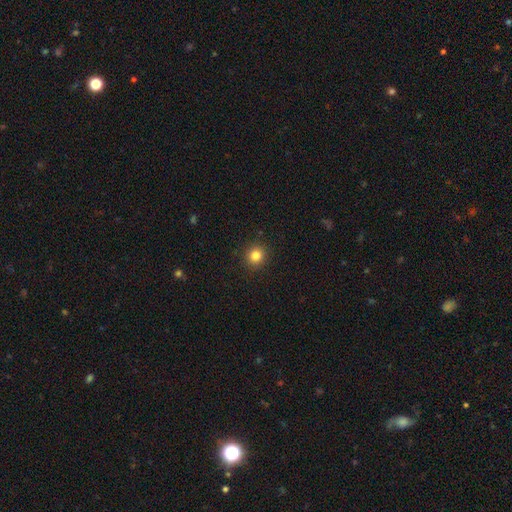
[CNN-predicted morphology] Q: Smooth or featured?
A: smooth (82%); runner-up: star or artifact (12%)
Q: How rounded?
A: round (91%); runner-up: in between (8%)
Q: Merging?
A: none (92%); runner-up: minor disturbance (5%)